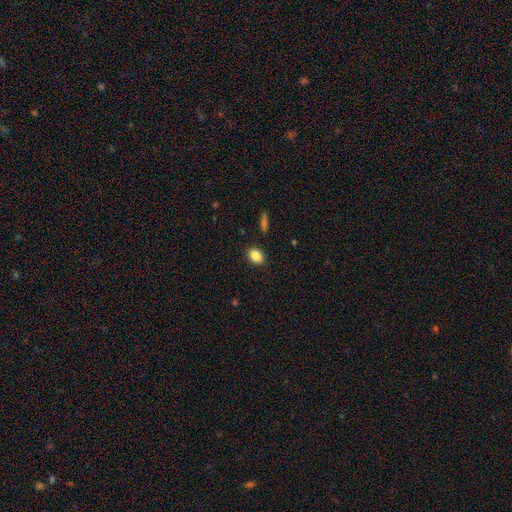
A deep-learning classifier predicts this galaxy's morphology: smooth-or-featured: smooth: 87% | star or artifact: 9% | featured or disk: 4%
  how-rounded: in between: 77% | round: 21% | cigar-shaped: 2%
  merging: none: 88% | minor disturbance: 8% | major disturbance: 2% | merger: 1%